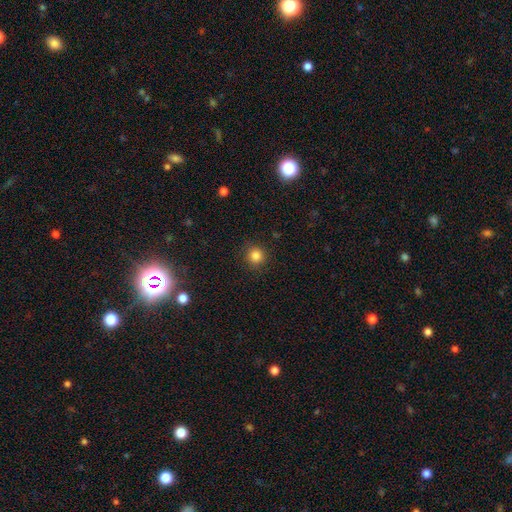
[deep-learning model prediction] Smooth or featured?
  - smooth: 84% *
  - star or artifact: 12%
  - featured or disk: 4%
How rounded?
  - round: 93% *
  - in between: 6%
  - cigar-shaped: 1%
Merging?
  - none: 90% *
  - minor disturbance: 7%
  - major disturbance: 3%
  - merger: 1%